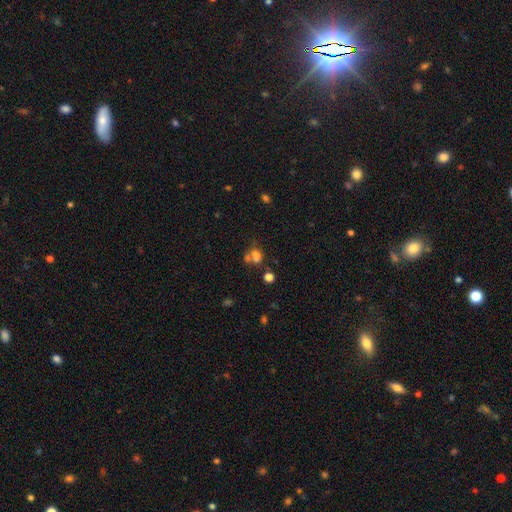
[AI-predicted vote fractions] Smooth or featured: smooth — 67% (star or artifact — 19%)
How rounded: in between — 62% (round — 36%)
Merging: merger — 42% (none — 37%)